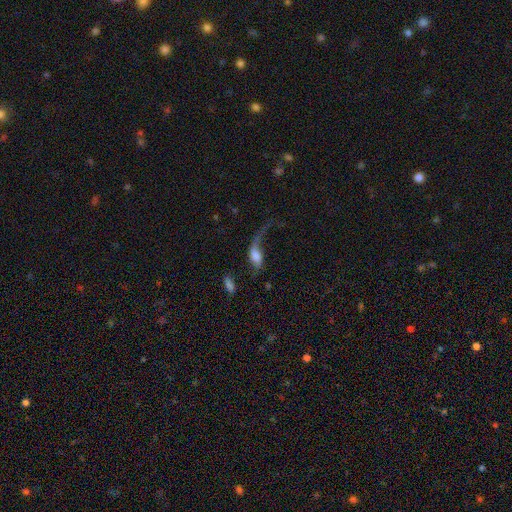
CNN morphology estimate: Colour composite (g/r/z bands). It shows a featured or disk galaxy (56%) with no bar (60%), spiral arms (80%) and a moderate central bulge (26%). Merging: major disturbance (48%).